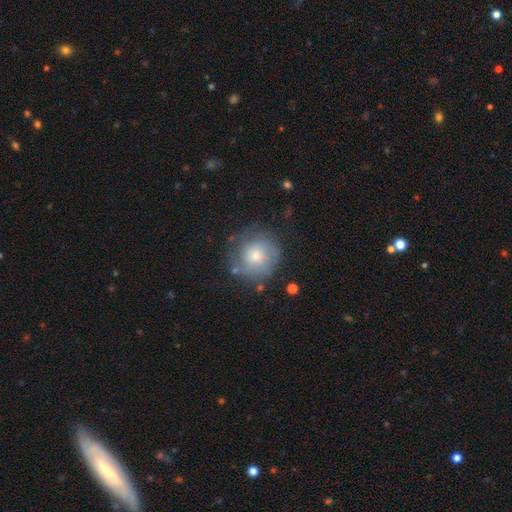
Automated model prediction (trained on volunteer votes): Morphology: type=smooth (51%); roundness=round (91%); merging=none (72%).